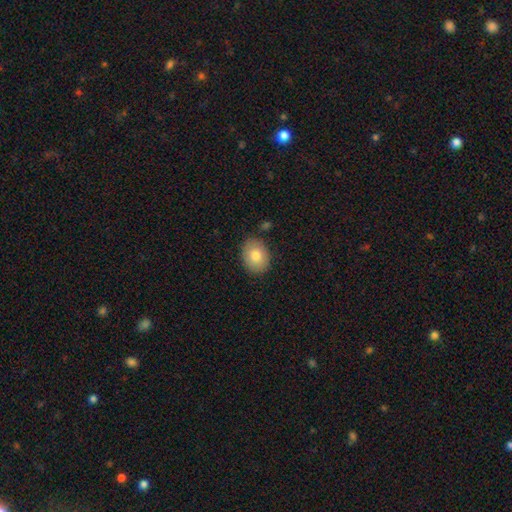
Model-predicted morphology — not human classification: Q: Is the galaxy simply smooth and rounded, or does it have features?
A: smooth — 81%.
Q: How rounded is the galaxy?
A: in between — 58%.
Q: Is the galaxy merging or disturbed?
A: none — 84%.